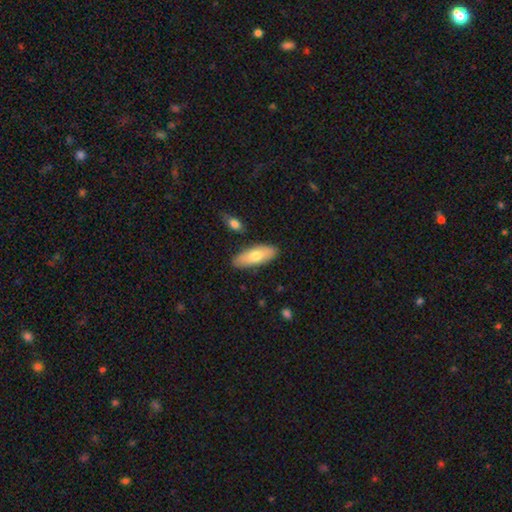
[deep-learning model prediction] Overall: smooth (71%). How rounded: in between (74%). Merging: none (84%).